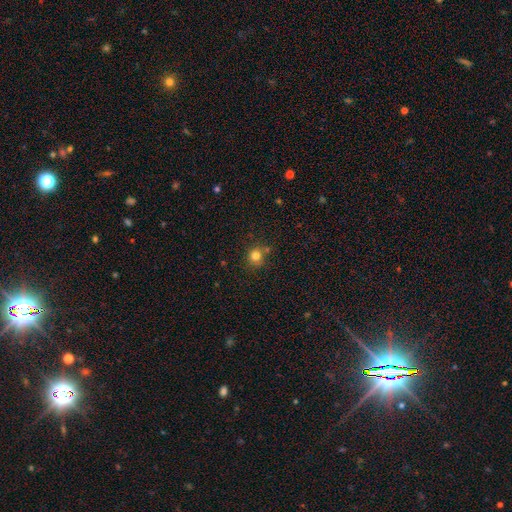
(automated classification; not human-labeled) Morphology: type=smooth (81%); roundness=round (87%); merging=none (70%).